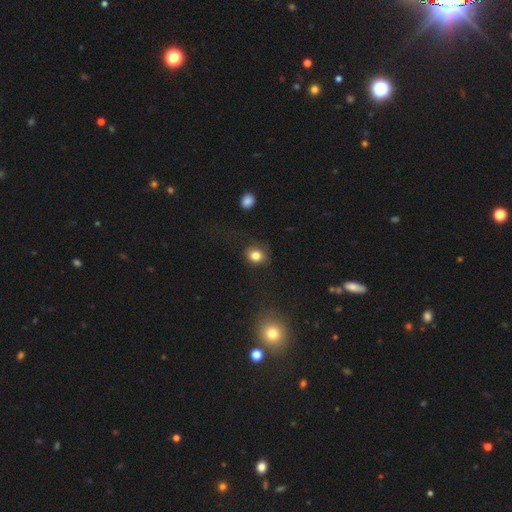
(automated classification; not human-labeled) Morphology: type=smooth (82%); roundness=round (66%); merging=none (72%).